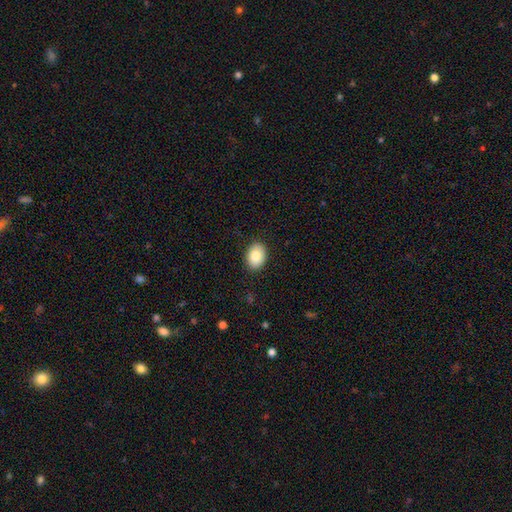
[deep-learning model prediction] Smooth or featured? Predicted: smooth (p=0.85). How rounded? Predicted: in between (p=0.80). Merging? Predicted: none (p=0.89).